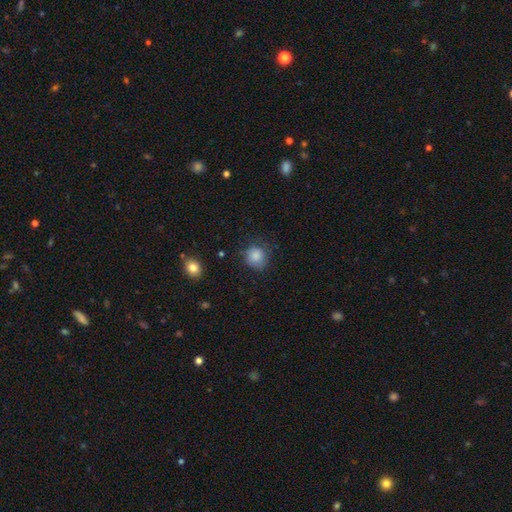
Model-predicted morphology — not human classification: Overall: smooth (85%). How rounded: round (85%). Merging: none (73%).